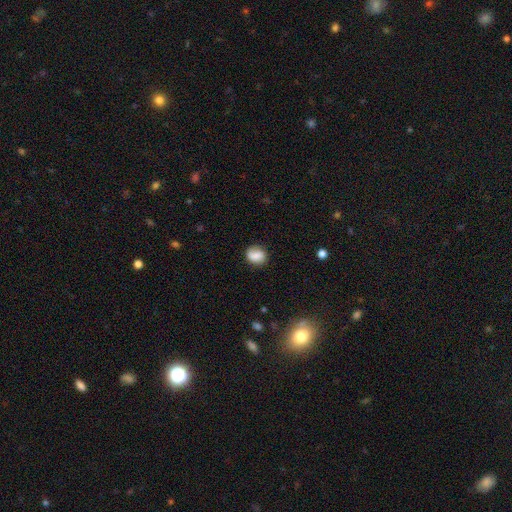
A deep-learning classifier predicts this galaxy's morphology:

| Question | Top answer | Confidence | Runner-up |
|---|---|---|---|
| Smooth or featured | smooth | 74% | featured or disk (17%) |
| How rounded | round | 64% | in between (35%) |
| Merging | none | 71% | minor disturbance (20%) |